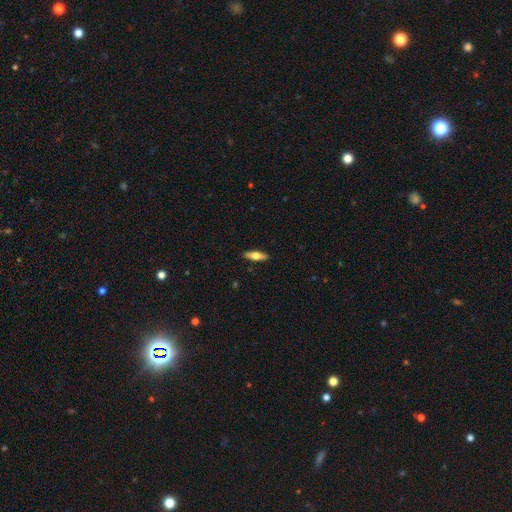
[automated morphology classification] A smooth galaxy with no disk features (60%) that is in between round and cigar-shaped (51%). Merging: none (90%).